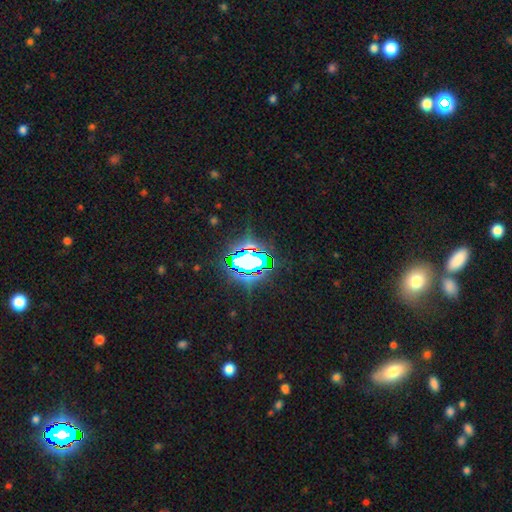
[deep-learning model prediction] smooth-or-featured: star or artifact: 72% | smooth: 16% | featured or disk: 13%